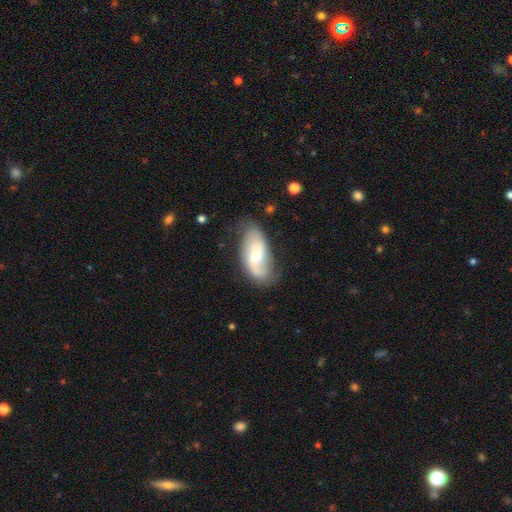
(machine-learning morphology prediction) Q: Smooth or featured?
A: featured or disk (61%); runner-up: smooth (33%)
Q: Edge-on disk?
A: no (93%); runner-up: yes (7%)
Q: Bar?
A: weak (49%); runner-up: no (33%)
Q: Spiral arms?
A: yes (85%); runner-up: no (15%)
Q: Bulge size?
A: moderate (53%); runner-up: small (38%)
Q: Merging?
A: none (59%); runner-up: minor disturbance (28%)